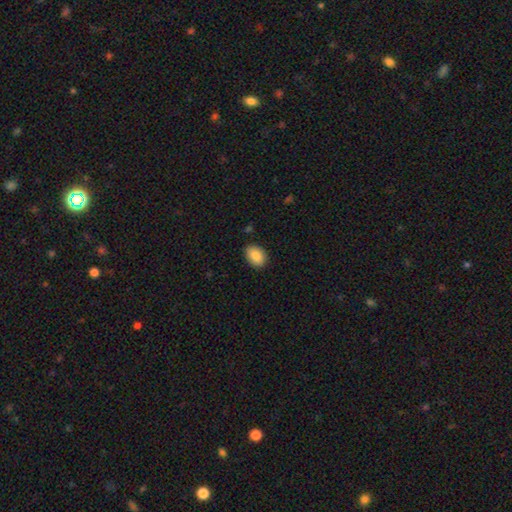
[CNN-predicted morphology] A smooth galaxy with no disk features (86%) that is in between round and cigar-shaped (76%).

Vote fractions:
- Smooth or featured? smooth: 86% / star or artifact: 7% / featured or disk: 6%
- How rounded? in between: 76% / round: 23% / cigar-shaped: 1%
- Merging? none: 87% / minor disturbance: 9% / major disturbance: 2% / merger: 1%